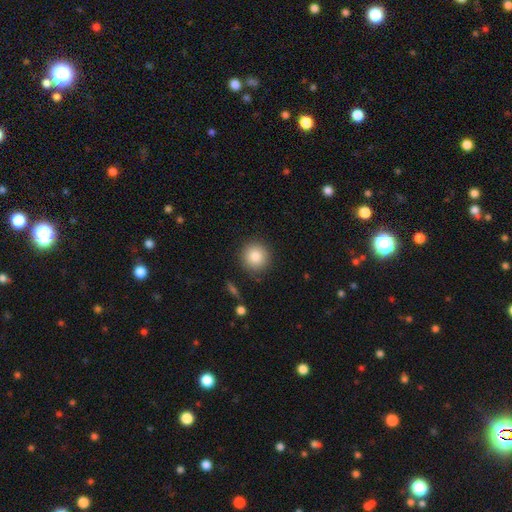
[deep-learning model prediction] A smooth galaxy with no disk features (84%) that is round (93%). Merging: none (89%).